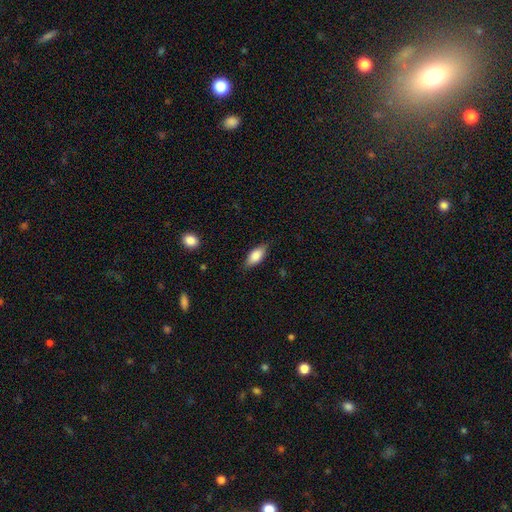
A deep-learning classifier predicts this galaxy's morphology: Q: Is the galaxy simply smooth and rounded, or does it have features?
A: smooth — 82%.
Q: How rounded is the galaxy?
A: in between — 84%.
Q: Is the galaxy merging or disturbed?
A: none — 81%.